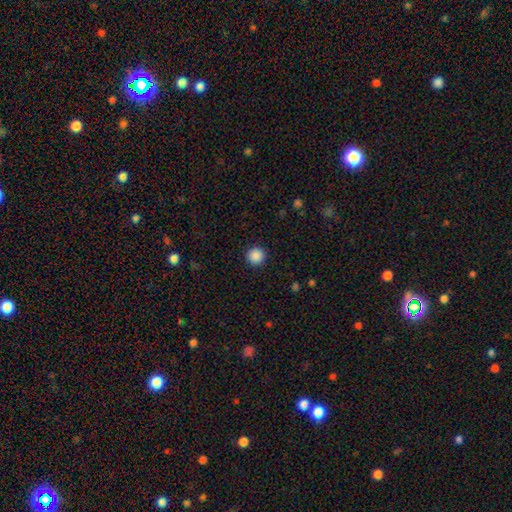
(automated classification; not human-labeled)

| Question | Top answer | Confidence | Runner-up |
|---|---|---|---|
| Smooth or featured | smooth | 88% | star or artifact (9%) |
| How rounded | round | 95% | in between (4%) |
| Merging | none | 93% | minor disturbance (5%) |